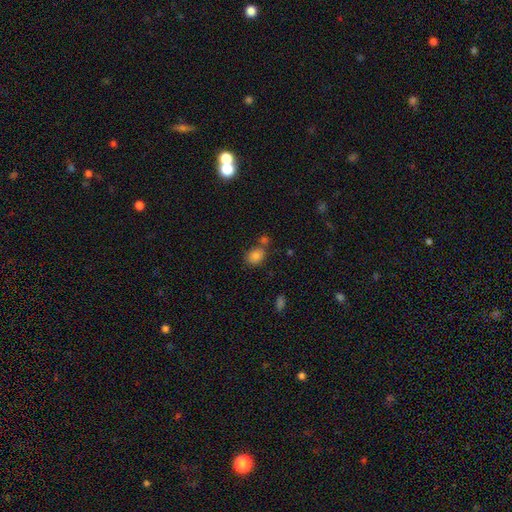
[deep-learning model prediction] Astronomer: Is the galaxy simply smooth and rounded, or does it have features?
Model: smooth — 83%.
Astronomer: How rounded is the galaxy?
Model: in between — 58% (runner-up: round, 40%).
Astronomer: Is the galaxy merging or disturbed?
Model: none — 60%.